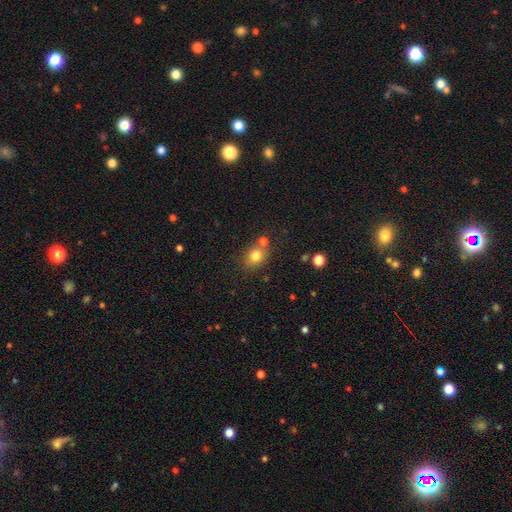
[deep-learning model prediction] A smooth galaxy with no disk features (80%) that is round (58%). Merging: none (65%).